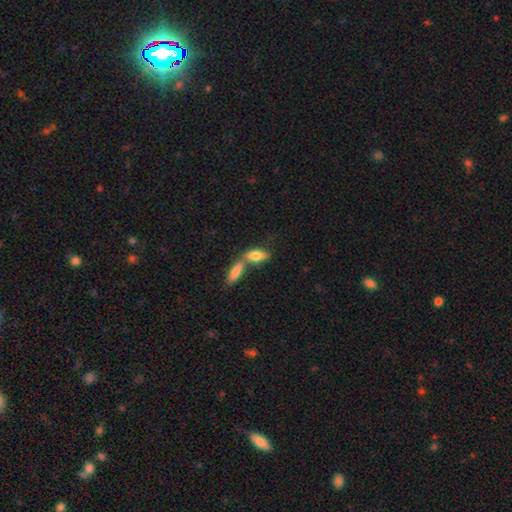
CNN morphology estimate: Overall: smooth (75%). How rounded: in between (75%). Merging: merger (52%; none 35%).